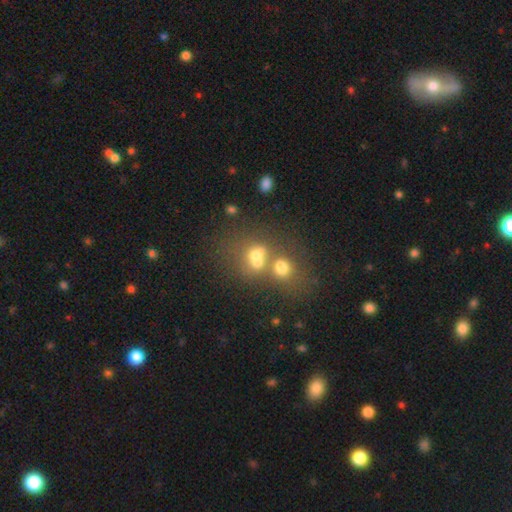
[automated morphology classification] Smooth or featured? Predicted: smooth (p=0.57). How rounded? Predicted: round (p=0.60). Merging? Predicted: merger (p=0.61).